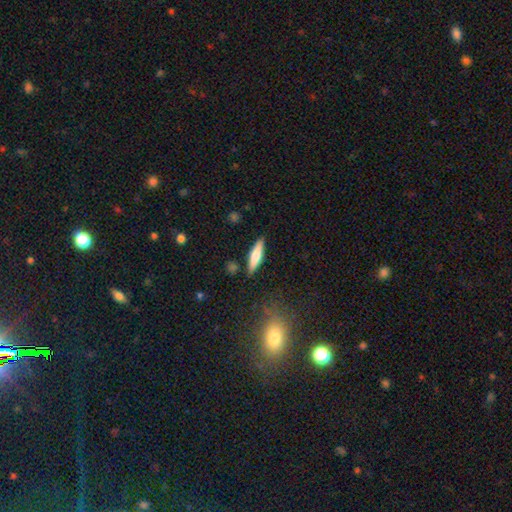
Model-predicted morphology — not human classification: smooth_or_featured: smooth (p=0.59) [alt: featured or disk p=0.35]
how_rounded: cigar-shaped (p=0.75) [alt: in between p=0.23]
merging: none (p=0.86) [alt: minor disturbance p=0.09]